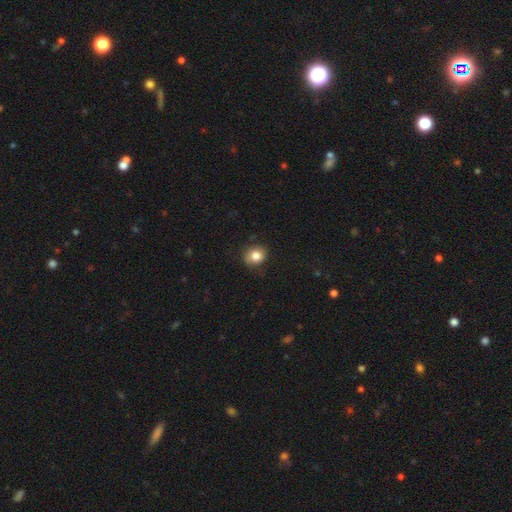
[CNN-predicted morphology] Smooth or featured? smooth (83%)
How rounded? round (73%)
Merging? none (82%)